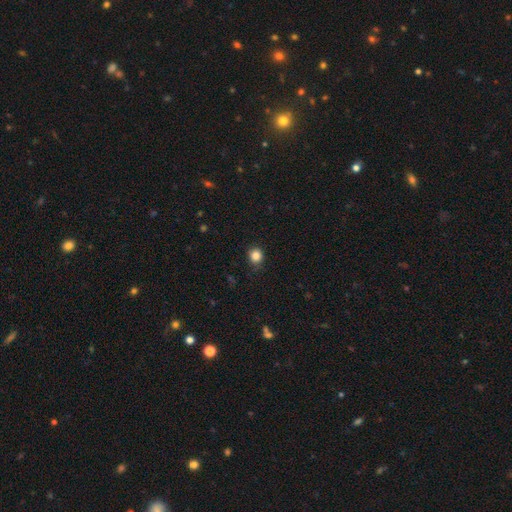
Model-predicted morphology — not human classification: smooth_or_featured: smooth (p=0.85) [alt: star or artifact p=0.11]
how_rounded: round (p=0.85) [alt: in between p=0.14]
merging: none (p=0.84) [alt: minor disturbance p=0.12]